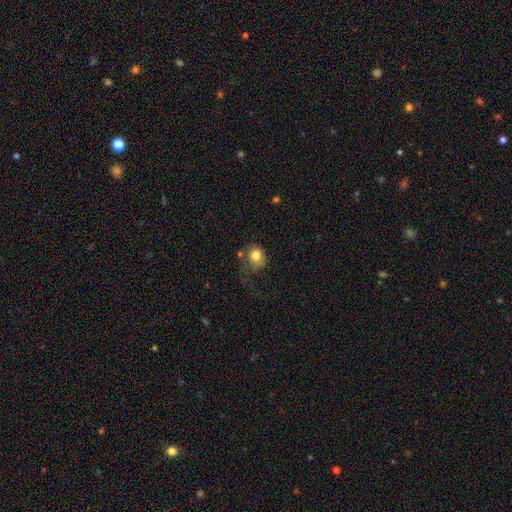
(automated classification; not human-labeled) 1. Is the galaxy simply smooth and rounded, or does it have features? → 78% smooth, 13% featured or disk, 9% star or artifact.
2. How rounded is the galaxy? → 65% round, 34% in between, 1% cigar-shaped.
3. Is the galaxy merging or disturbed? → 40% none, 28% major disturbance, 26% minor disturbance, 6% merger.